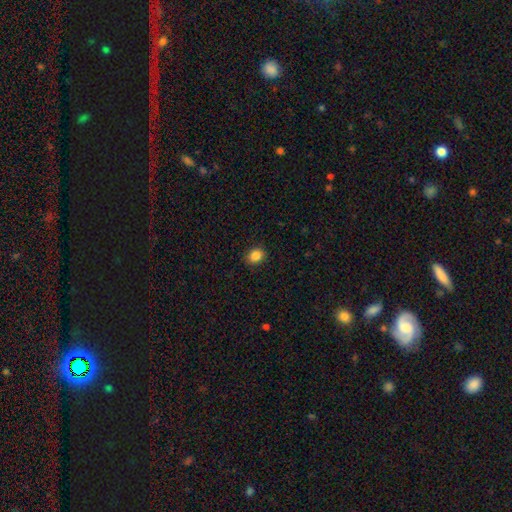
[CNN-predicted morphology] smooth 86%, star or artifact 10%, featured or disk 4%. Down the decision tree: how rounded — round (55%); merging — none (89%).